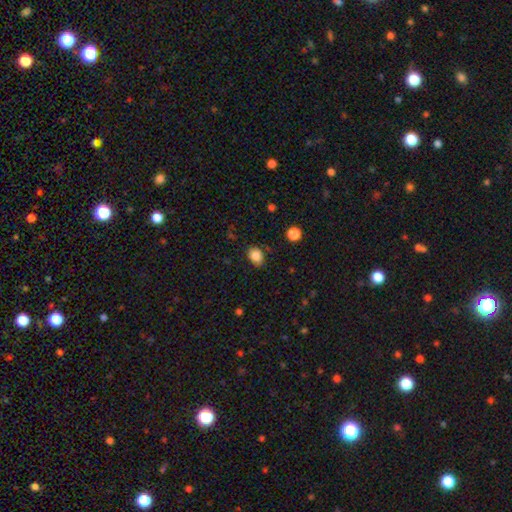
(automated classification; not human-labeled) Smooth or featured?
  - smooth: 85% *
  - star or artifact: 10%
  - featured or disk: 5%
How rounded?
  - in between: 61% *
  - round: 38%
  - cigar-shaped: 1%
Merging?
  - none: 79% *
  - minor disturbance: 15%
  - major disturbance: 3%
  - merger: 2%